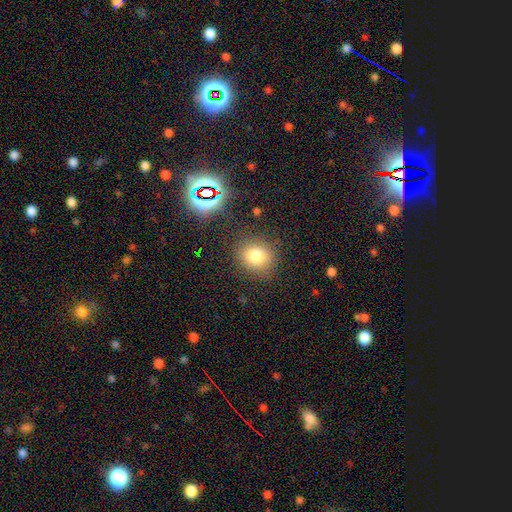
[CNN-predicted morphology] Smooth or featured? Predicted: smooth (p=0.77). How rounded? Predicted: round (p=0.76). Merging? Predicted: none (p=0.83).